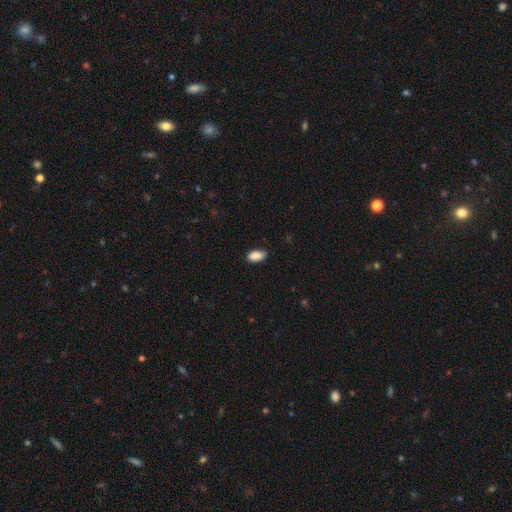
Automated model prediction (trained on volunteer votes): The model was most divided on "merging": none: 84%, minor disturbance: 13%, major disturbance: 2%, merger: 1%. More confident: how rounded — in between (94%); smooth or featured — smooth (88%).